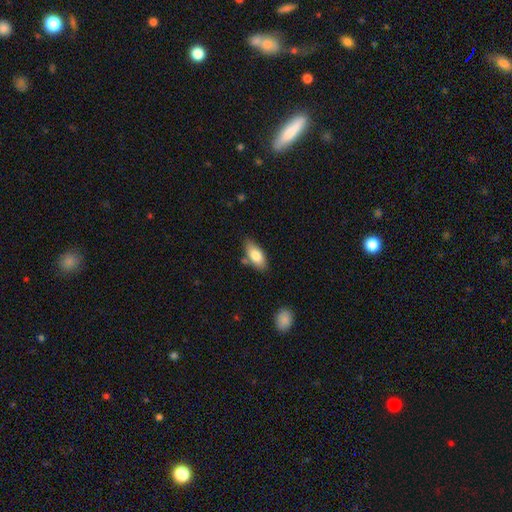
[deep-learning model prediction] Q: Smooth or featured?
A: smooth (79%); runner-up: featured or disk (15%)
Q: How rounded?
A: in between (87%); runner-up: cigar-shaped (11%)
Q: Merging?
A: none (76%); runner-up: minor disturbance (16%)